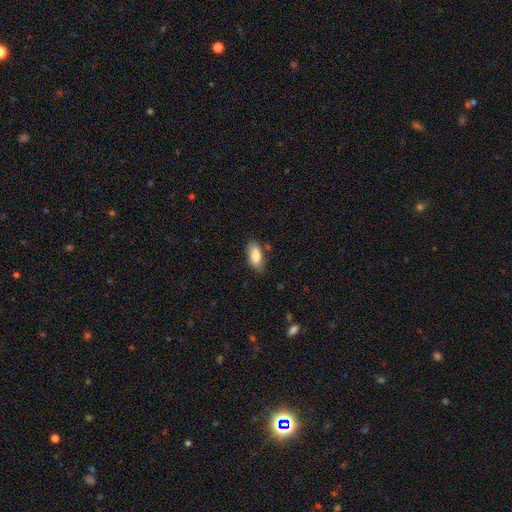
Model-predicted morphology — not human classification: Smooth or featured: smooth — 82% (featured or disk — 12%)
How rounded: in between — 88% (cigar-shaped — 10%)
Merging: none — 77% (minor disturbance — 18%)